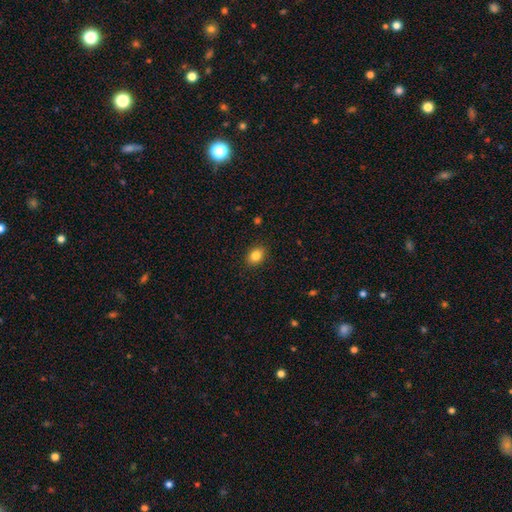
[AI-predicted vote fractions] This is clearly a smooth galaxy (84%). How rounded: likely in between (62%). Merging: clearly none (89%).